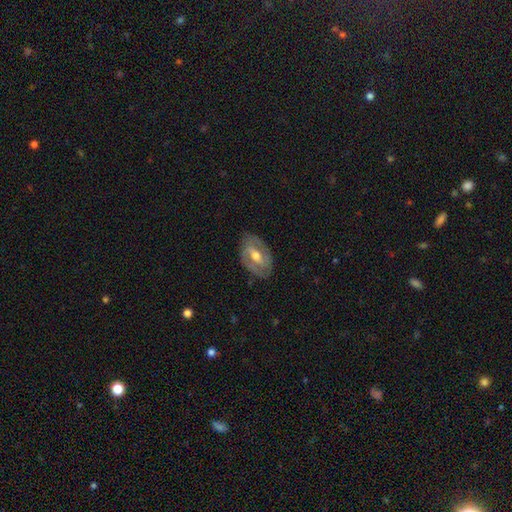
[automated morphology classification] Q: Smooth or featured?
A: featured or disk (73%); runner-up: smooth (21%)
Q: Edge-on disk?
A: no (93%); runner-up: yes (7%)
Q: Bar?
A: weak (42%); runner-up: strong (37%)
Q: Spiral arms?
A: yes (71%); runner-up: no (29%)
Q: Bulge size?
A: moderate (72%); runner-up: small (18%)
Q: Merging?
A: none (80%); runner-up: minor disturbance (15%)